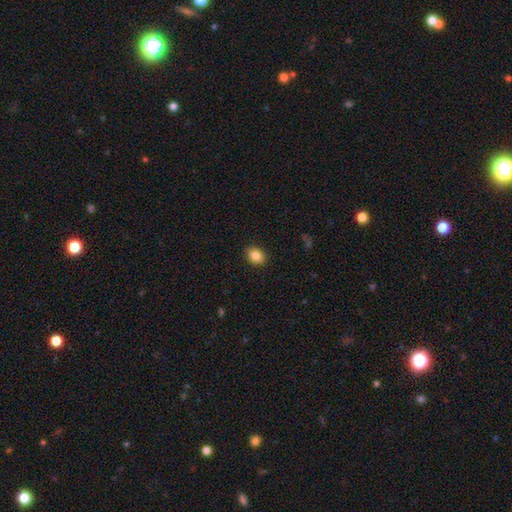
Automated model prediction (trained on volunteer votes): Smooth or featured: smooth — 85% (star or artifact — 9%)
How rounded: in between — 68% (round — 31%)
Merging: none — 90% (minor disturbance — 7%)